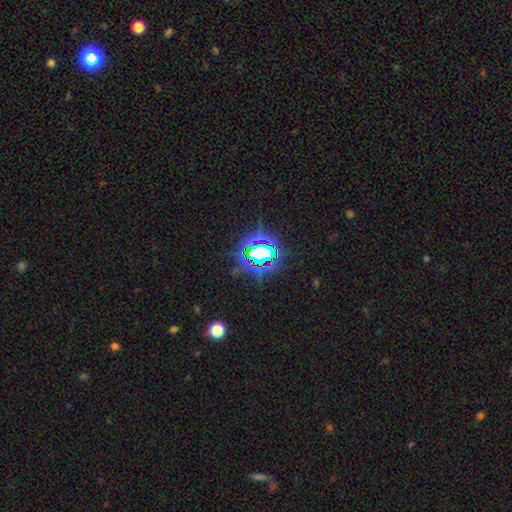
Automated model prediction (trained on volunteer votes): Smooth or featured?
  - star or artifact: 73% *
  - smooth: 16%
  - featured or disk: 11%